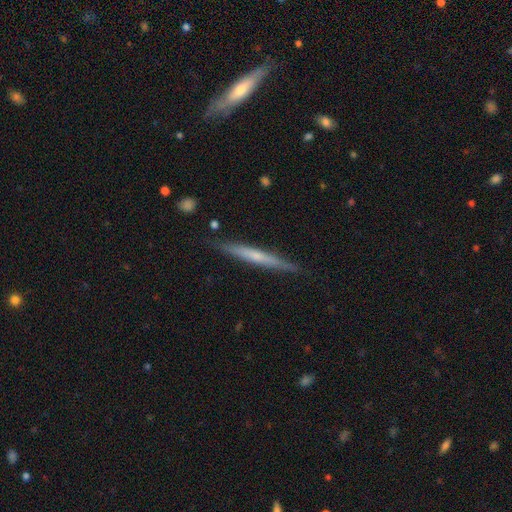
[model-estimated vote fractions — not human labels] smooth_or_featured: featured or disk (p=0.53) [alt: smooth p=0.42]
disk_edge_on: yes (p=0.96) [alt: no p=0.04]
edge_on_bulge: none (p=0.59) [alt: rounded p=0.35]
merging: none (p=0.87) [alt: minor disturbance p=0.10]